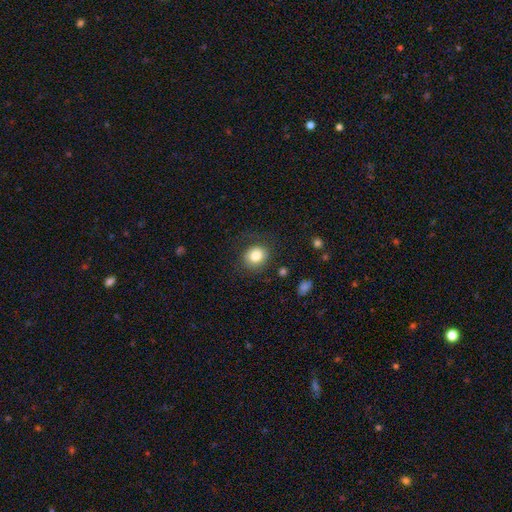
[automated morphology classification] Smooth or featured: smooth — 82% (star or artifact — 9%)
How rounded: round — 73% (in between — 26%)
Merging: none — 79% (minor disturbance — 13%)